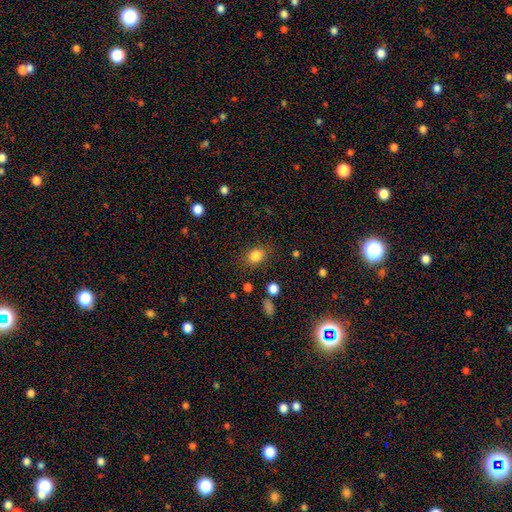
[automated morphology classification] A smooth galaxy with no disk features (83%) that is in between round and cigar-shaped (51%). Merging: none (81%).